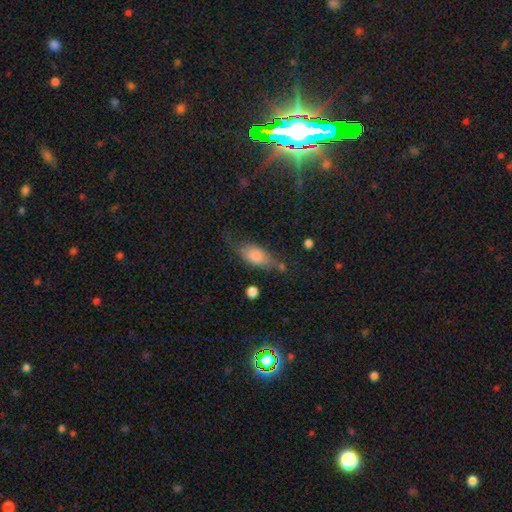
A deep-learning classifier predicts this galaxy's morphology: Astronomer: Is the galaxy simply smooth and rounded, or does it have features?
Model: smooth — 74%.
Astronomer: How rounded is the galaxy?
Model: in between — 81%.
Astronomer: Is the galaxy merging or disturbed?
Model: none — 49% (runner-up: minor disturbance, 30%).